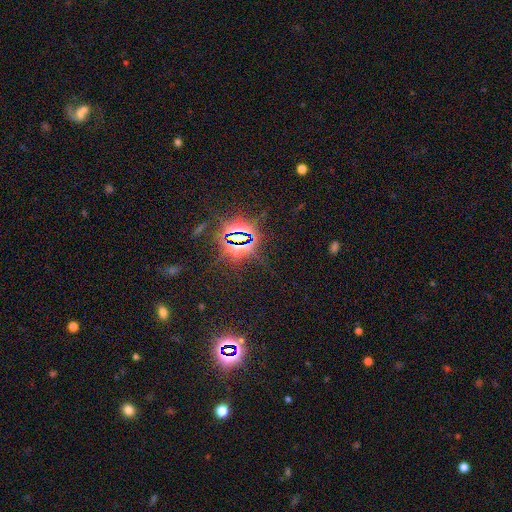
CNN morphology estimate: Smooth or featured: star or artifact — 83% (smooth — 10%)